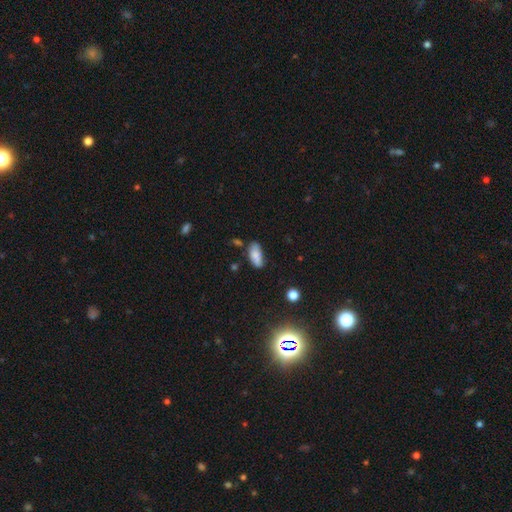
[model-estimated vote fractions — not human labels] Smooth or featured?
  - smooth: 83% *
  - featured or disk: 9%
  - star or artifact: 8%
How rounded?
  - in between: 86% *
  - cigar-shaped: 12%
  - round: 2%
Merging?
  - none: 62% *
  - minor disturbance: 27%
  - major disturbance: 6%
  - merger: 5%